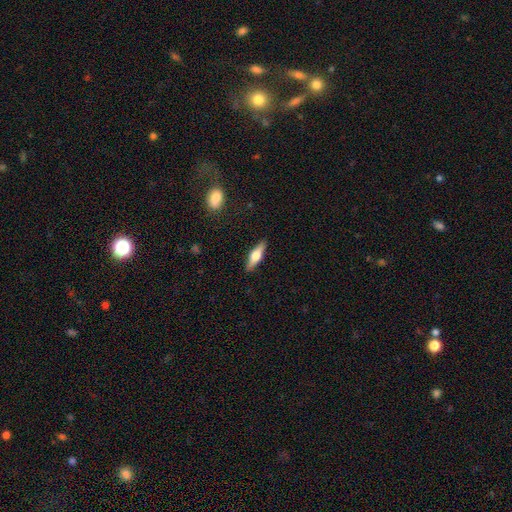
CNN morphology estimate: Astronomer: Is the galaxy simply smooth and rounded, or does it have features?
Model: featured or disk — 51% (runner-up: smooth, 43%).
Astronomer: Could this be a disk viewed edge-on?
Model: yes — 94%.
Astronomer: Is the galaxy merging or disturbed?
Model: none — 89%.